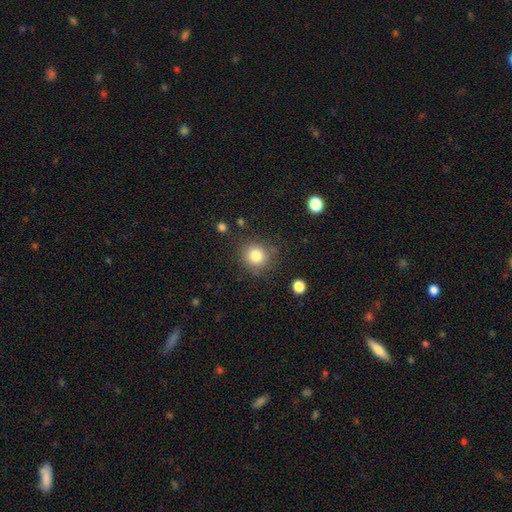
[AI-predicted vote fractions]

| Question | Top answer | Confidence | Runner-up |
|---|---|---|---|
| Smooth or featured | smooth | 82% | star or artifact (11%) |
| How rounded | round | 89% | in between (10%) |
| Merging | none | 83% | minor disturbance (11%) |